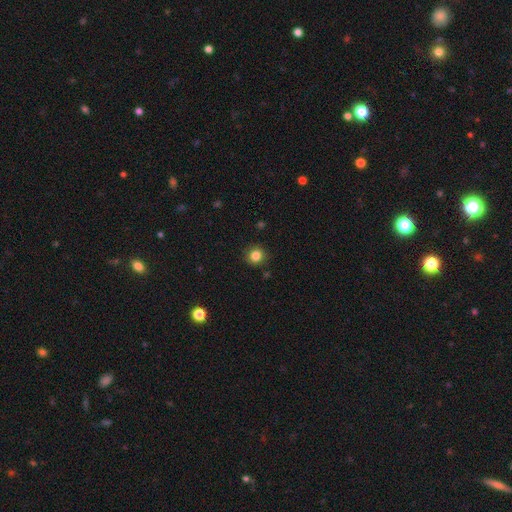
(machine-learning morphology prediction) A smooth galaxy with no disk features (84%) that is round (90%).

Vote fractions:
- Smooth or featured? smooth: 84% / star or artifact: 11% / featured or disk: 5%
- How rounded? round: 90% / in between: 9% / cigar-shaped: 1%
- Merging? none: 90% / minor disturbance: 7% / major disturbance: 2% / merger: 1%